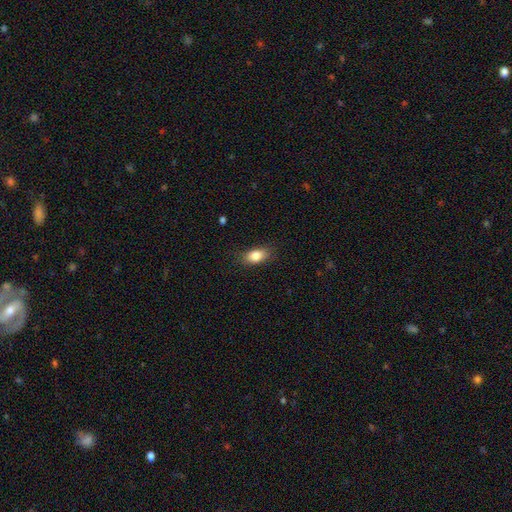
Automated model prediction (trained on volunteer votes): Smooth or featured?
  - smooth: 84% *
  - star or artifact: 8%
  - featured or disk: 8%
How rounded?
  - in between: 86% *
  - round: 10%
  - cigar-shaped: 5%
Merging?
  - none: 81% *
  - minor disturbance: 15%
  - major disturbance: 4%
  - merger: 1%